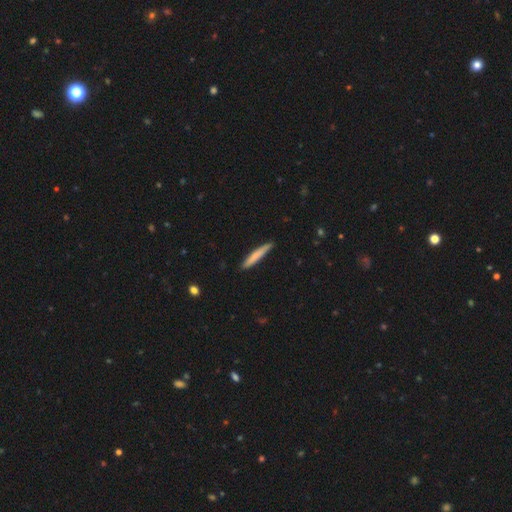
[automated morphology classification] Smooth or featured?
  - smooth: 74% *
  - featured or disk: 21%
  - star or artifact: 5%
How rounded?
  - cigar-shaped: 95% *
  - in between: 4%
  - round: 1%
Merging?
  - none: 87% *
  - minor disturbance: 10%
  - major disturbance: 2%
  - merger: 1%